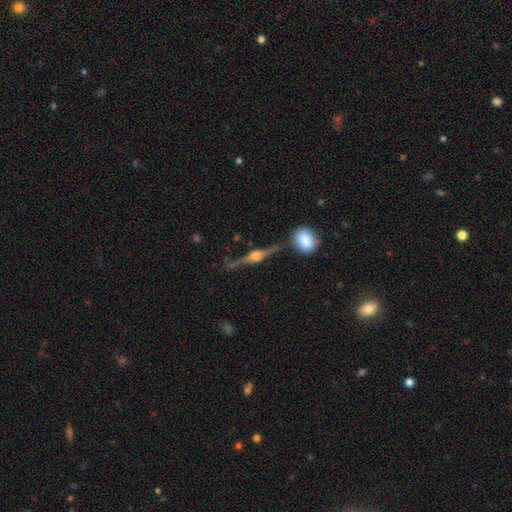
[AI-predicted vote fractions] Smooth or featured?
  - featured or disk: 82% *
  - smooth: 11%
  - star or artifact: 7%
Edge-on disk?
  - yes: 96% *
  - no: 4%
Edge-on bulge?
  - rounded: 90% *
  - boxy: 8%
  - none: 2%
Merging?
  - none: 76% *
  - minor disturbance: 13%
  - merger: 7%
  - major disturbance: 5%